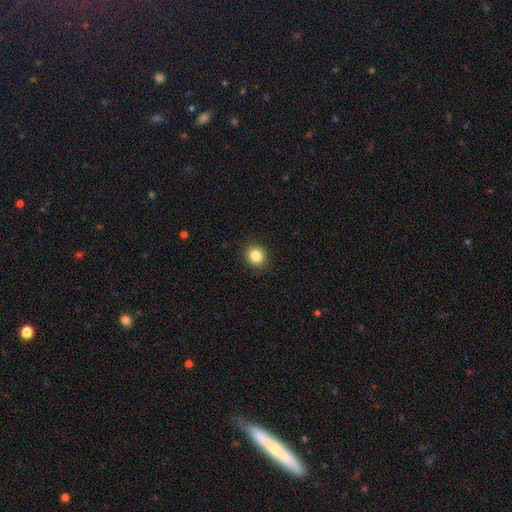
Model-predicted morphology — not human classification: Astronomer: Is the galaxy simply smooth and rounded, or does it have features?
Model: smooth — 85%.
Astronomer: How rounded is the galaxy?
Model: round — 80%.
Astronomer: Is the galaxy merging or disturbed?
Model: none — 90%.